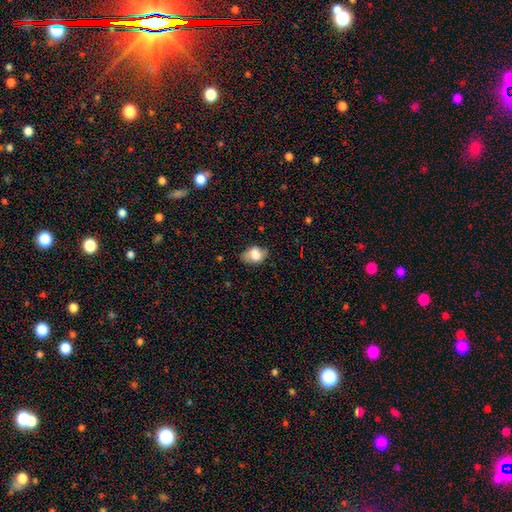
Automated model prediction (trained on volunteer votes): smooth-or-featured: smooth: 75% | featured or disk: 16% | star or artifact: 9%
  how-rounded: in between: 75% | round: 23% | cigar-shaped: 1%
  merging: none: 61% | minor disturbance: 28% | major disturbance: 9% | merger: 2%